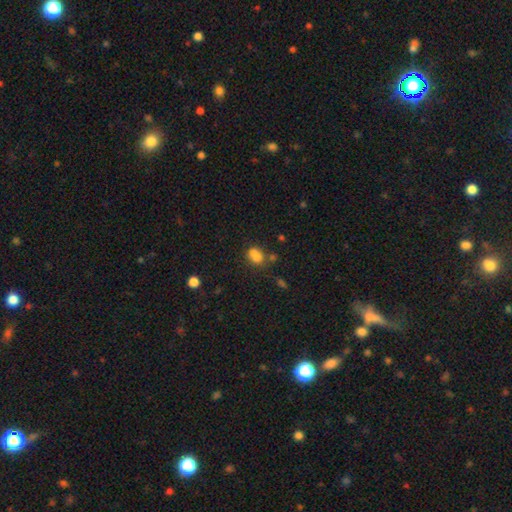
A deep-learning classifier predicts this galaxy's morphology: This appears to be a smooth galaxy with no disk features (74%) that is in between round and cigar-shaped (60%). Merging: none (39%).